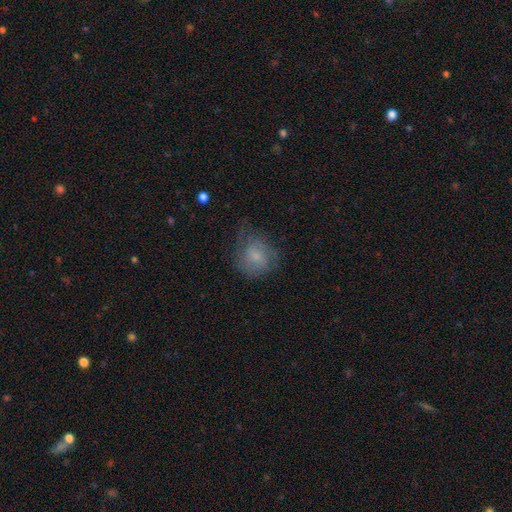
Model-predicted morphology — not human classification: smooth-or-featured: smooth: 62% | featured or disk: 29% | star or artifact: 9%
  how-rounded: round: 75% | in between: 24% | cigar-shaped: 1%
  merging: none: 52% | minor disturbance: 28% | major disturbance: 18% | merger: 1%